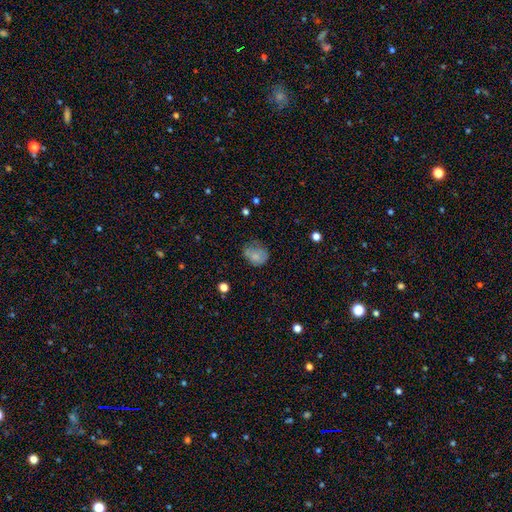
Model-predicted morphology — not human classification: A smooth galaxy with no disk features (75%) that is round (57%).

Vote fractions:
- Smooth or featured? smooth: 75% / featured or disk: 15% / star or artifact: 10%
- How rounded? round: 57% / in between: 42% / cigar-shaped: 1%
- Merging? none: 43% / minor disturbance: 34% / major disturbance: 17% / merger: 6%